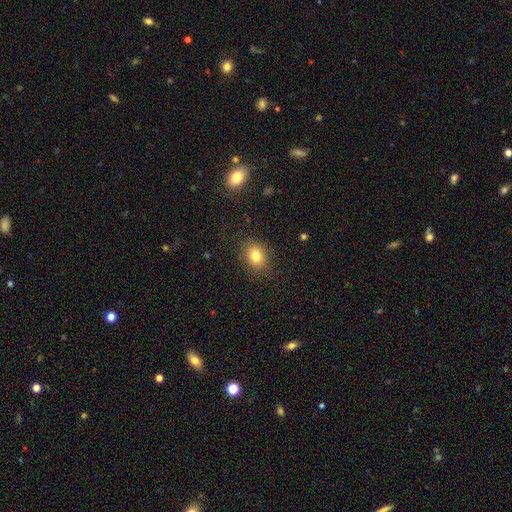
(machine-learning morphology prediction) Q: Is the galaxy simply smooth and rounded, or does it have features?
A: smooth — 80%.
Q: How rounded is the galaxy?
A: in between — 53%.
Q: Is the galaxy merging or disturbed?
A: none — 84%.